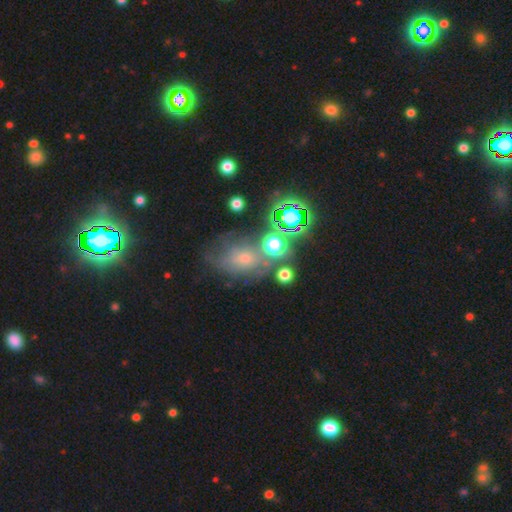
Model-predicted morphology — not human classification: Smooth or featured: star or artifact — 53% (smooth — 25%)